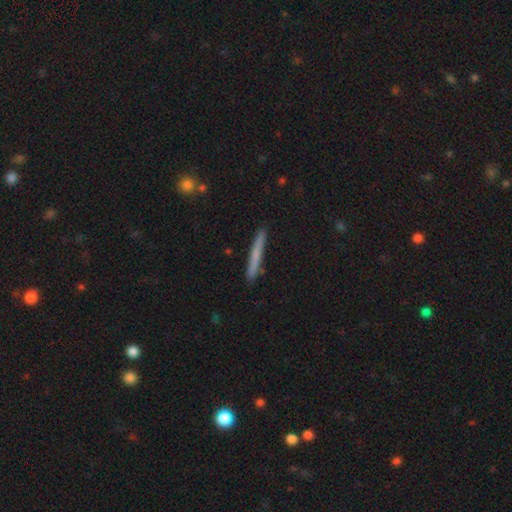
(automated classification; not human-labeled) Smooth or featured? Predicted: smooth (p=0.65). How rounded? Predicted: cigar-shaped (p=0.97). Merging? Predicted: none (p=0.90).